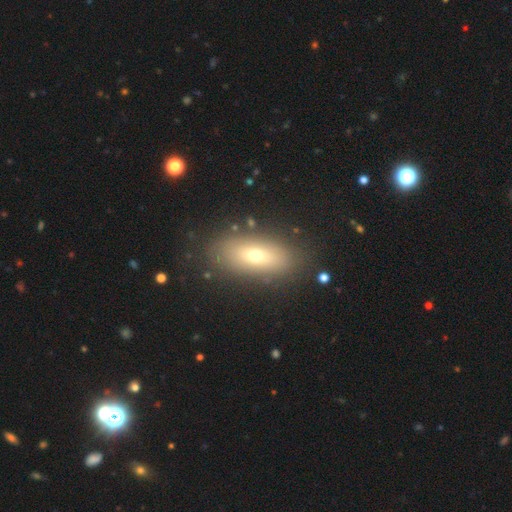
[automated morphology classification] A smooth galaxy with no disk features (61%) that is in between round and cigar-shaped (76%). Merging: none (83%).